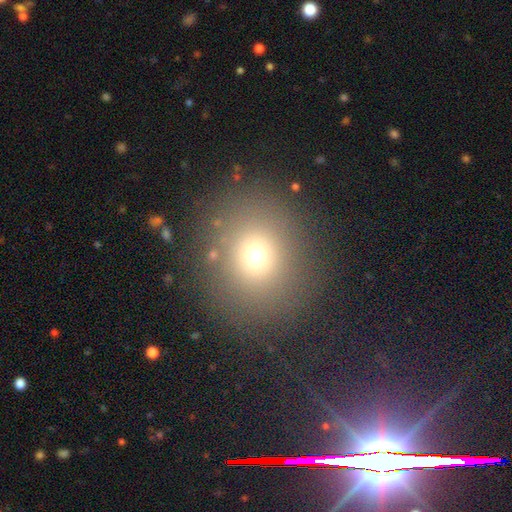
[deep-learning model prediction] Smooth or featured? smooth (68%)
How rounded? round (82%)
Merging? none (81%)